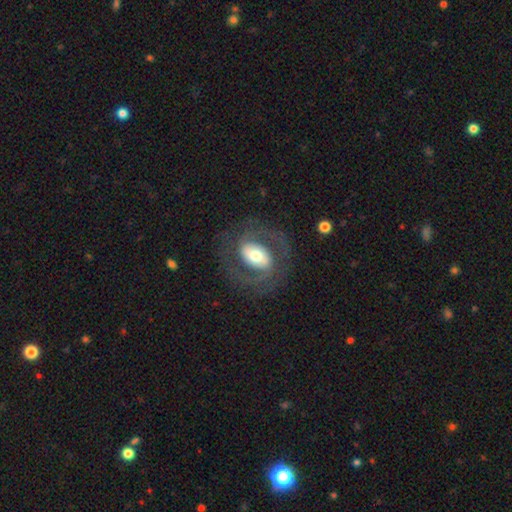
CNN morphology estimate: Smooth or featured? Predicted: featured or disk (p=0.78). Edge-on disk? Predicted: no (p=0.96). Bar? Predicted: strong (p=0.34). Spiral arms? Predicted: yes (p=0.83). Spiral winding? Predicted: medium (p=0.49). Spiral arm count? Predicted: 2 (p=0.84). Bulge size? Predicted: moderate (p=0.60). Merging? Predicted: none (p=0.76).